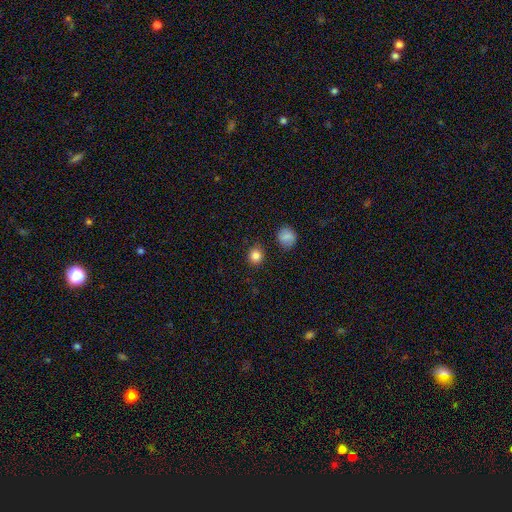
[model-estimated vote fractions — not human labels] Smooth or featured: smooth — 85% (star or artifact — 11%)
How rounded: round — 88% (in between — 11%)
Merging: none — 87% (minor disturbance — 8%)